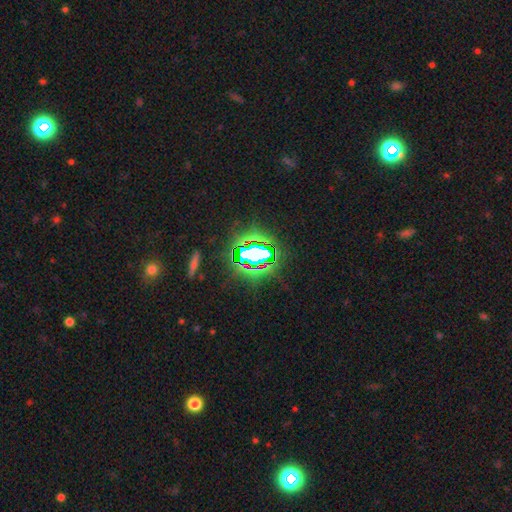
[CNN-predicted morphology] Q: Smooth or featured?
A: star or artifact (73%); runner-up: smooth (15%)